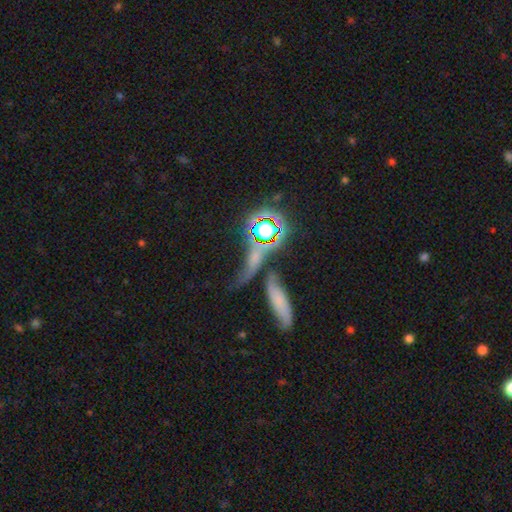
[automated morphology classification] Smooth or featured: star or artifact — 42% (smooth — 32%)